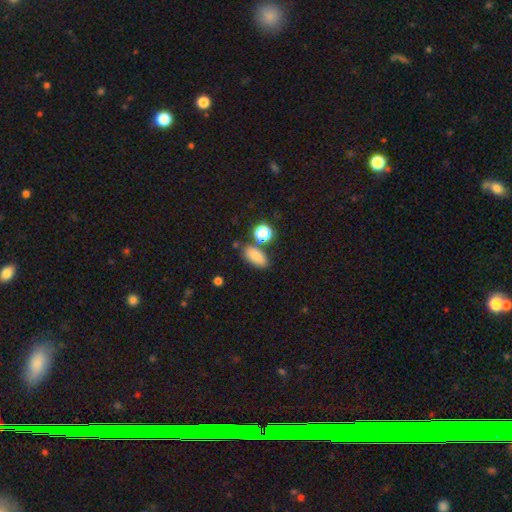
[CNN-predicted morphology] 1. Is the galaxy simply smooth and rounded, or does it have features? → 79% smooth, 12% star or artifact, 9% featured or disk.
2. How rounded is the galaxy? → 85% in between, 9% round, 6% cigar-shaped.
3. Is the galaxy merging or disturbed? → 72% none, 13% minor disturbance, 10% merger, 4% major disturbance.